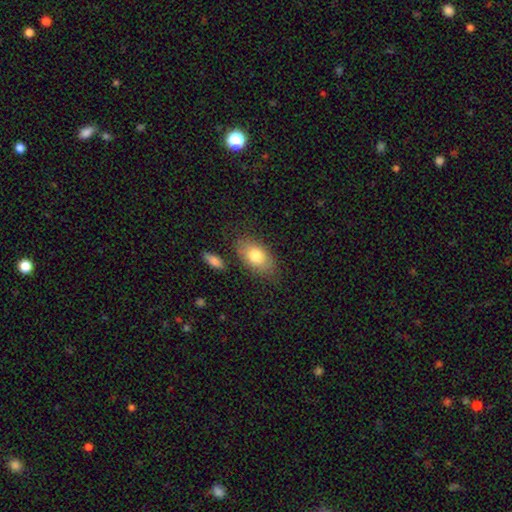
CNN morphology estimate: This is likely a smooth galaxy (78%). How rounded: clearly in between (89%). Merging: likely none (77%).